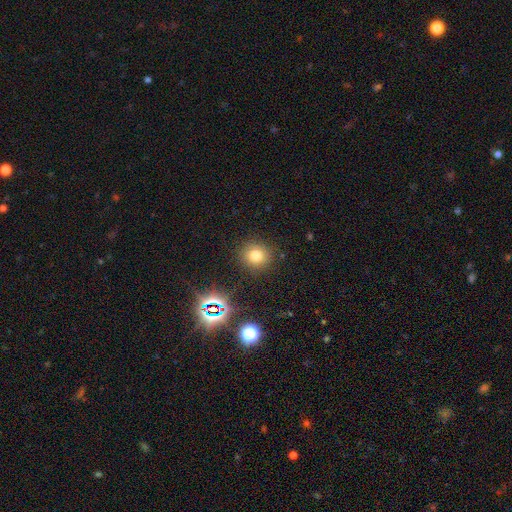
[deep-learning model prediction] smooth-or-featured: smooth: 72% | star or artifact: 20% | featured or disk: 8%
  how-rounded: round: 89% | in between: 10% | cigar-shaped: 1%
  merging: none: 88% | minor disturbance: 7% | major disturbance: 3% | merger: 2%